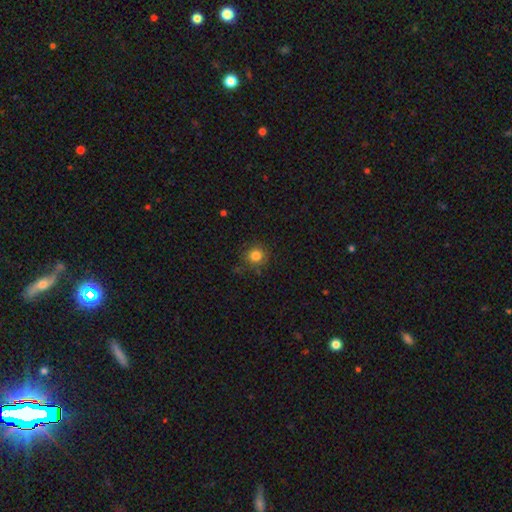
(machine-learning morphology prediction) Smooth or featured? Predicted: smooth (p=0.82). How rounded? Predicted: round (p=0.90). Merging? Predicted: none (p=0.81).